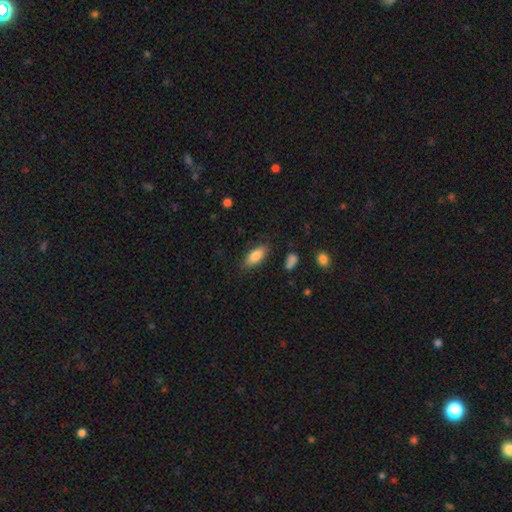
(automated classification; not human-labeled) smooth 83%, featured or disk 10%, star or artifact 7%. Down the decision tree: how rounded — in between (82%); merging — none (82%).